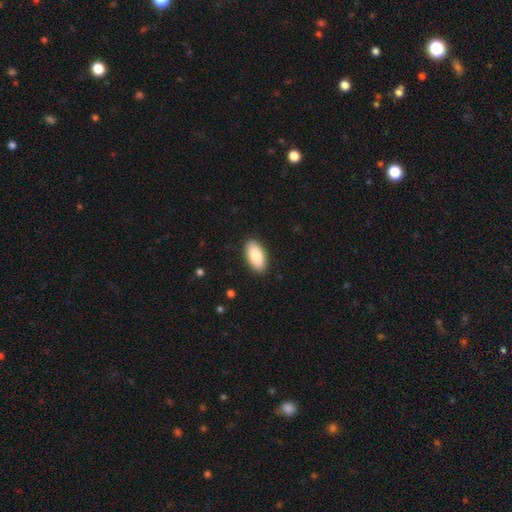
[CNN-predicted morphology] smooth-or-featured: smooth: 85% | featured or disk: 9% | star or artifact: 6%
  how-rounded: in between: 92% | cigar-shaped: 6% | round: 2%
  merging: none: 89% | minor disturbance: 8% | major disturbance: 2% | merger: 1%